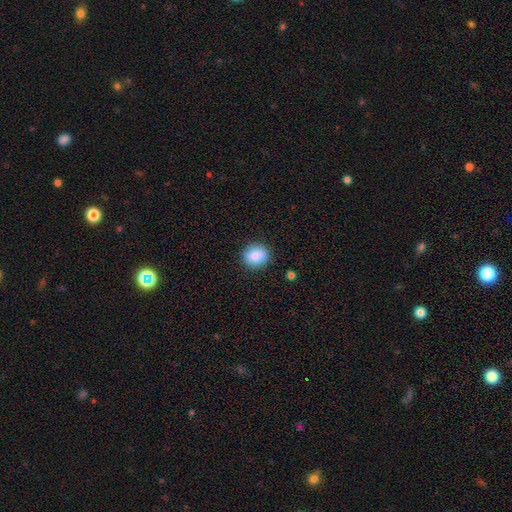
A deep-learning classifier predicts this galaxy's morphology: A smooth galaxy with no disk features (86%) that is round (83%).

Vote fractions:
- Smooth or featured? smooth: 86% / star or artifact: 8% / featured or disk: 6%
- How rounded? round: 83% / in between: 16% / cigar-shaped: 1%
- Merging? none: 89% / minor disturbance: 8% / major disturbance: 2% / merger: 1%